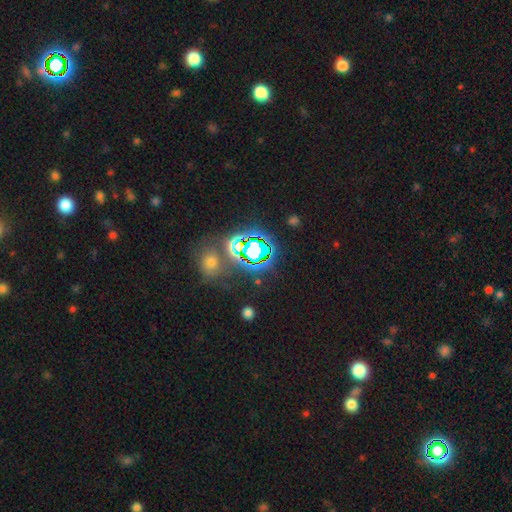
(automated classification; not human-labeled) smooth_or_featured: star or artifact (p=0.74) [alt: smooth p=0.18]